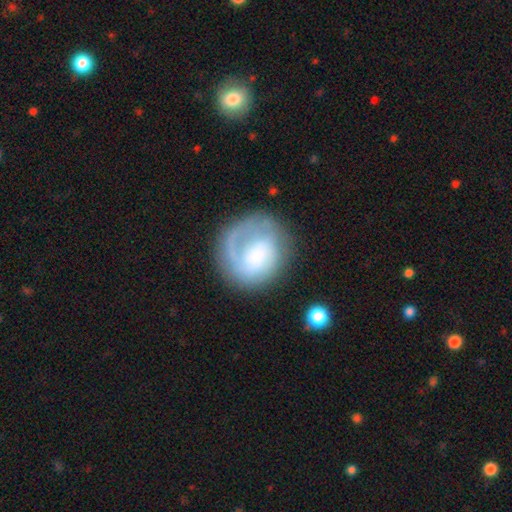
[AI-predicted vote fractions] featured or disk 55%, smooth 38%, star or artifact 7%. Down the decision tree: edge-on disk — no (98%); bar — no (71%); spiral arms — yes (74%); bulge size — large (28%, tied with none); merging — none (57%).